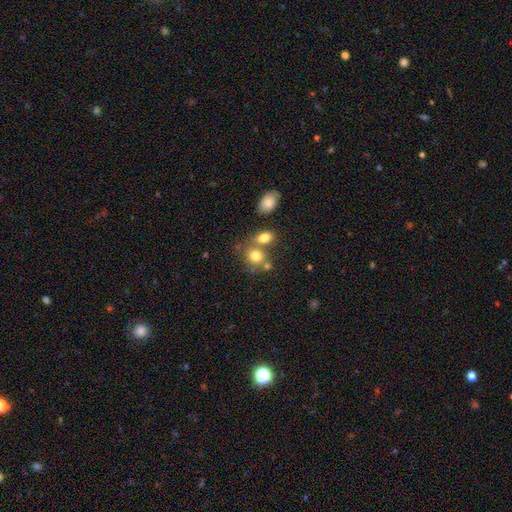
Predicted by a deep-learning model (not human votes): smooth_or_featured: smooth (p=0.77) [alt: star or artifact p=0.12]
how_rounded: round (p=0.68) [alt: in between p=0.31]
merging: none (p=0.50) [alt: merger p=0.36]